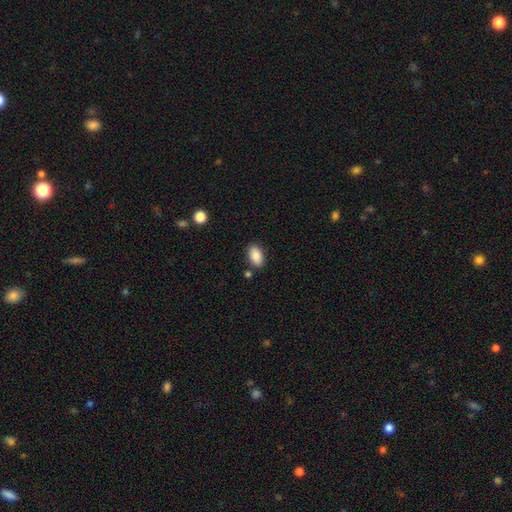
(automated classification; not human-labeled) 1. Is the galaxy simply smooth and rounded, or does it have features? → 88% smooth, 7% star or artifact, 5% featured or disk.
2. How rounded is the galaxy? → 93% in between, 5% round, 2% cigar-shaped.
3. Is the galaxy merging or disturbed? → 83% none, 10% minor disturbance, 4% merger, 2% major disturbance.